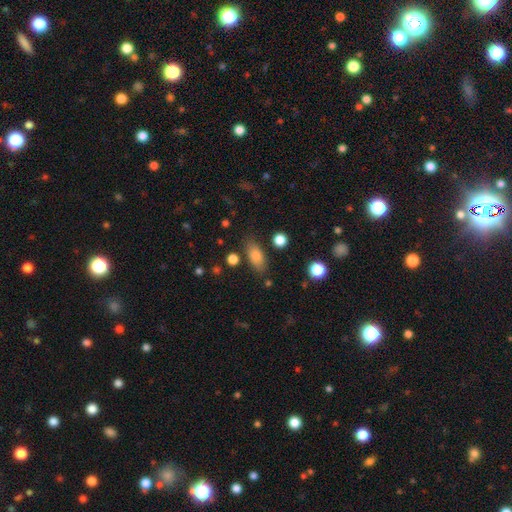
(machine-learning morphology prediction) This is clearly a smooth galaxy (81%). How rounded: clearly in between (82%). Merging: likely none (80%).